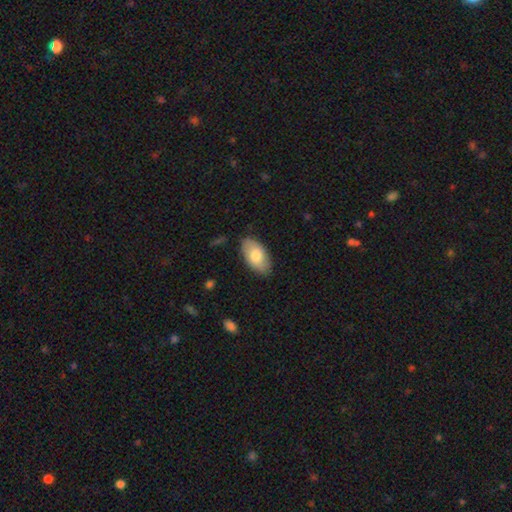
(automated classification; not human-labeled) This appears to be a smooth galaxy with no disk features (76%) that is in between round and cigar-shaped (95%). Merging: none (84%).